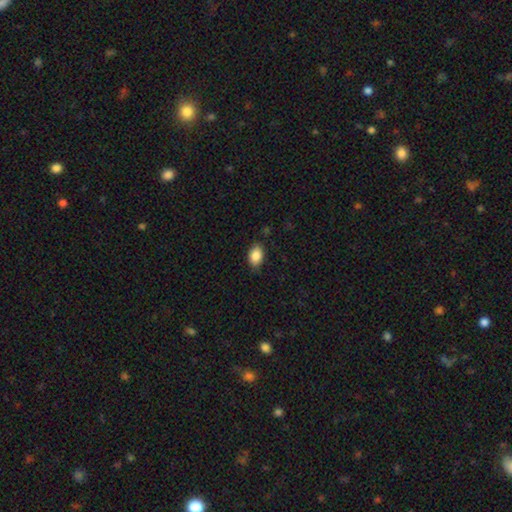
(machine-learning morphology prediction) This appears to be a smooth galaxy with no disk features (87%) that is in between round and cigar-shaped (84%). Merging: none (78%).